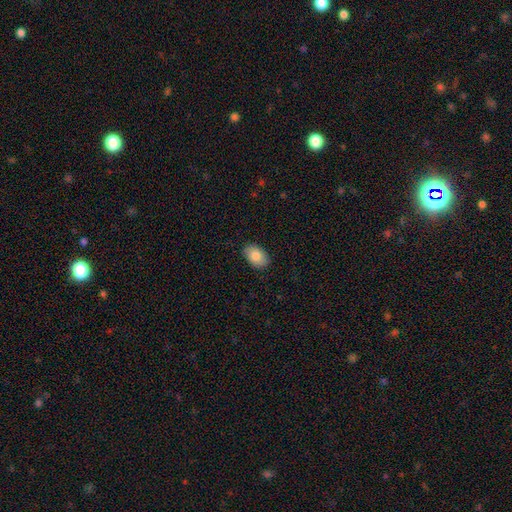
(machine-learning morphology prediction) Smooth or featured? Predicted: smooth (p=0.83). How rounded? Predicted: in between (p=0.89). Merging? Predicted: none (p=0.88).